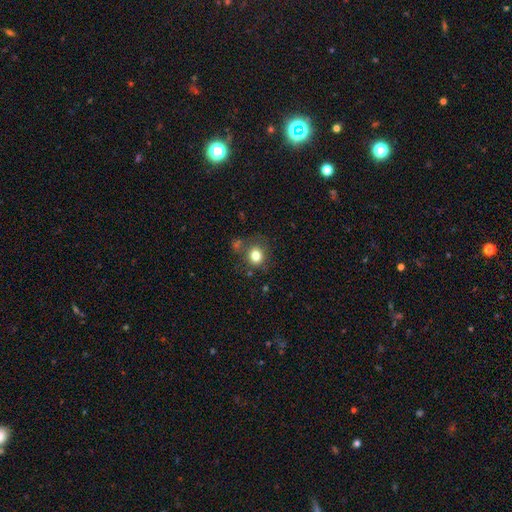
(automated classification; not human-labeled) Overall: smooth (79%). How rounded: round (78%). Merging: none (70%).